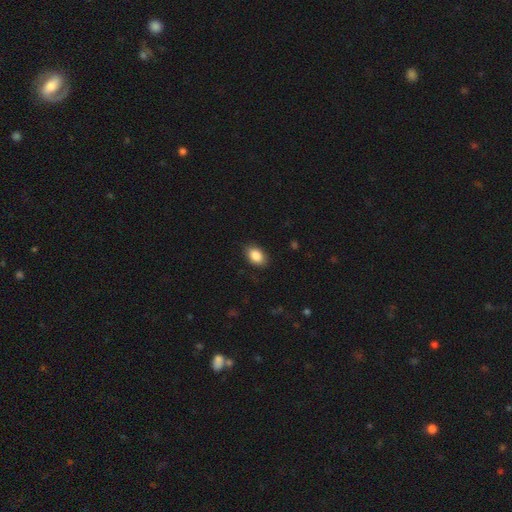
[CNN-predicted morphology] Overall: smooth (88%). How rounded: in between (87%). Merging: none (86%).